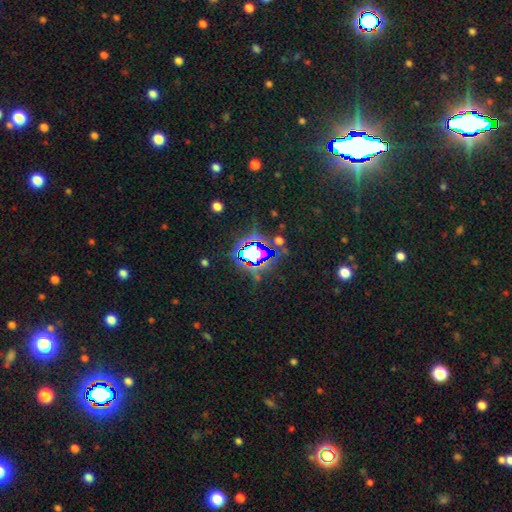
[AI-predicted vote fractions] Smooth or featured? star or artifact (68%)